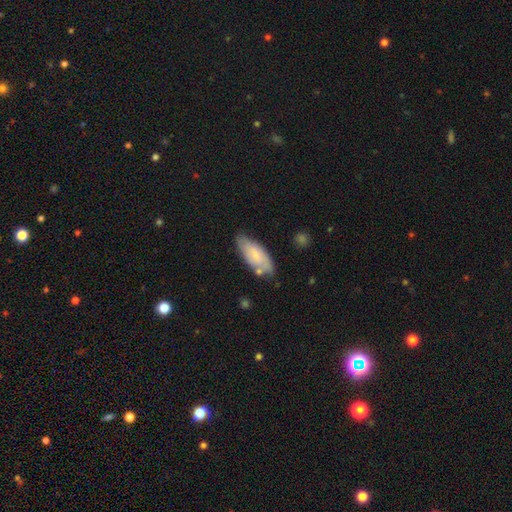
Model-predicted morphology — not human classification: Overall: smooth (74%). How rounded: in between (80%). Merging: none (68%).